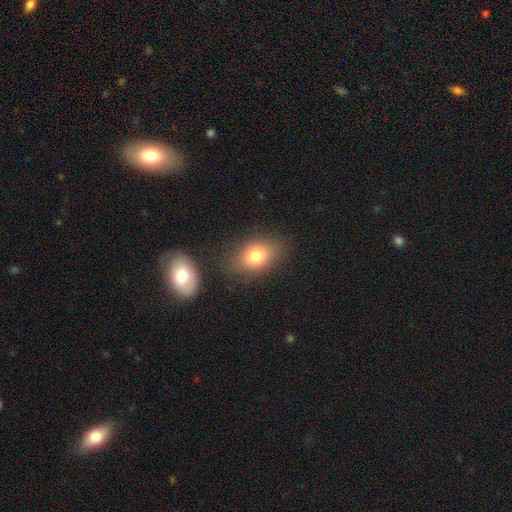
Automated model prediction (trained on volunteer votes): Morphology: type=smooth (78%); roundness=in between (72%); merging=none (76%).